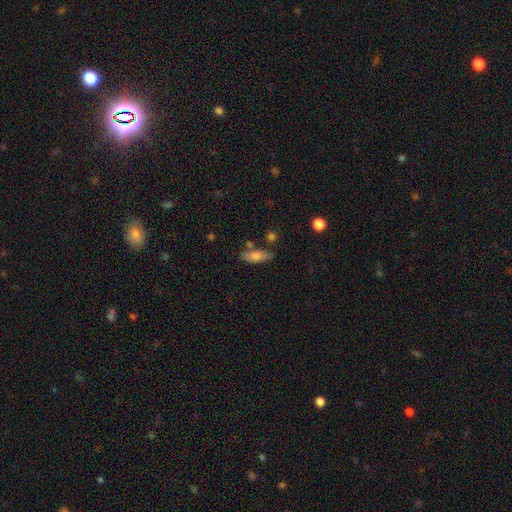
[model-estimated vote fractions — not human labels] This is likely a smooth galaxy (73%). How rounded: likely in between (65%). Merging: likely none (70%).